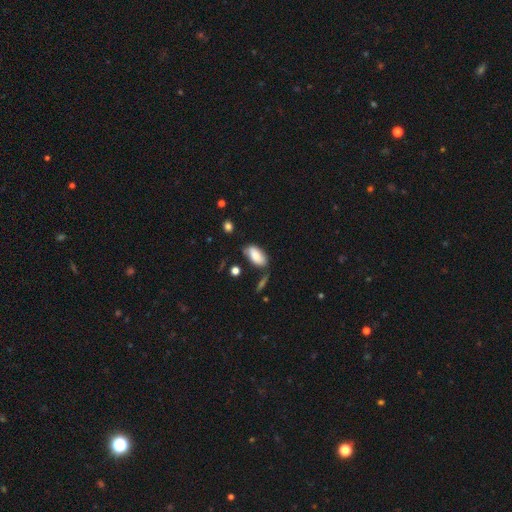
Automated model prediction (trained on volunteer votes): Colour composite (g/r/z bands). It shows a smooth galaxy with no disk features (80%) that is in between round and cigar-shaped (92%). Merging: none (62%).